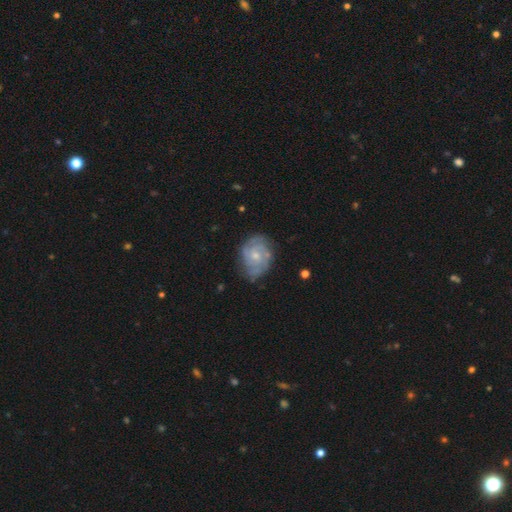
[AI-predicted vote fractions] Smooth or featured? Predicted: featured or disk (p=0.78). Edge-on disk? Predicted: no (p=0.98). Bar? Predicted: no (p=0.74). Spiral arms? Predicted: yes (p=0.93). Spiral winding? Predicted: tight (p=0.61). Spiral arm count? Predicted: can't tell (p=0.31). Bulge size? Predicted: small (p=0.57). Merging? Predicted: none (p=0.73).